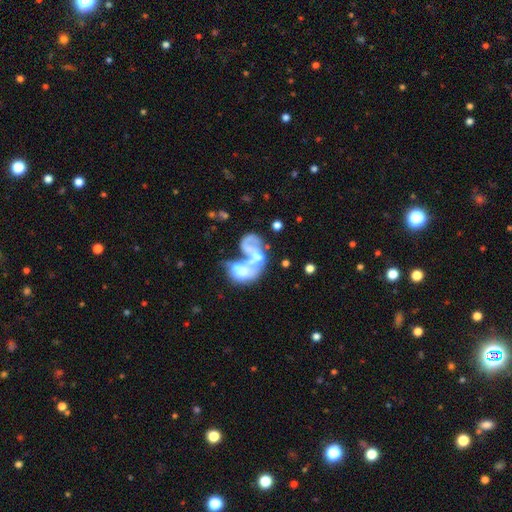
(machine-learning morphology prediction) smooth_or_featured: featured or disk (p=0.63) [alt: smooth p=0.26]
disk_edge_on: no (p=0.98) [alt: yes p=0.02]
bar: no (p=0.77) [alt: weak p=0.16]
has_spiral_arms: no (p=0.64) [alt: yes p=0.36]
bulge_size: none (p=0.41) [alt: moderate p=0.27]
merging: merger (p=0.65) [alt: major disturbance p=0.21]